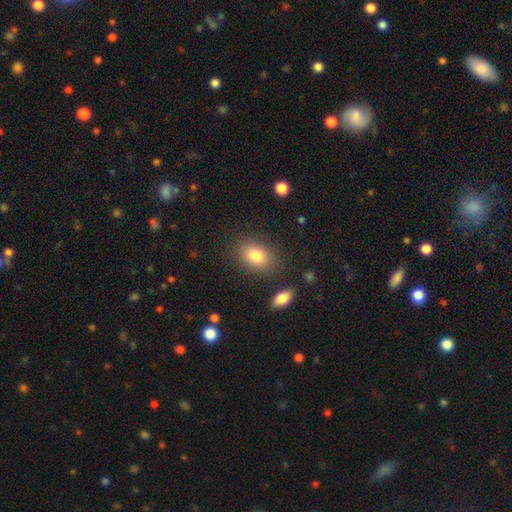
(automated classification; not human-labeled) A smooth galaxy with no disk features (82%) that is in between round and cigar-shaped (77%). Merging: none (83%).